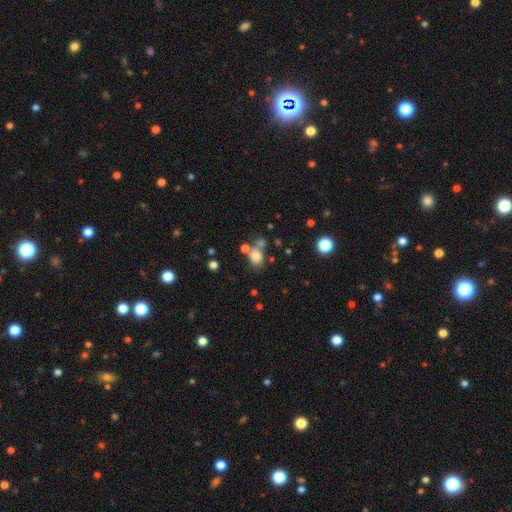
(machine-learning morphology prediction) Overall: smooth (74%). How rounded: in between (51%; round 47%). Merging: none (52%; merger 27%).